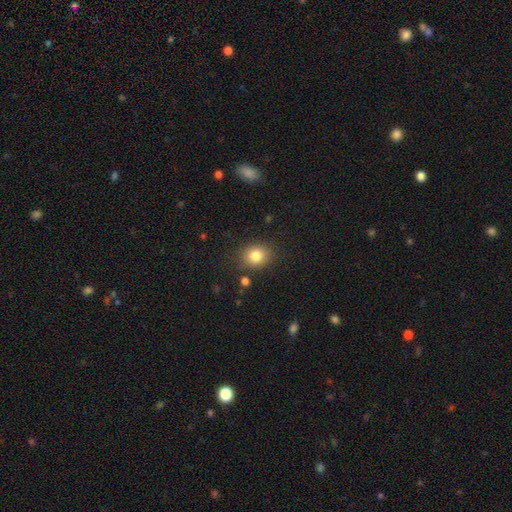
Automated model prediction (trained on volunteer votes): Smooth or featured?
  - smooth: 82% *
  - star or artifact: 11%
  - featured or disk: 7%
How rounded?
  - round: 64% *
  - in between: 36%
  - cigar-shaped: 1%
Merging?
  - none: 84% *
  - minor disturbance: 10%
  - major disturbance: 3%
  - merger: 3%